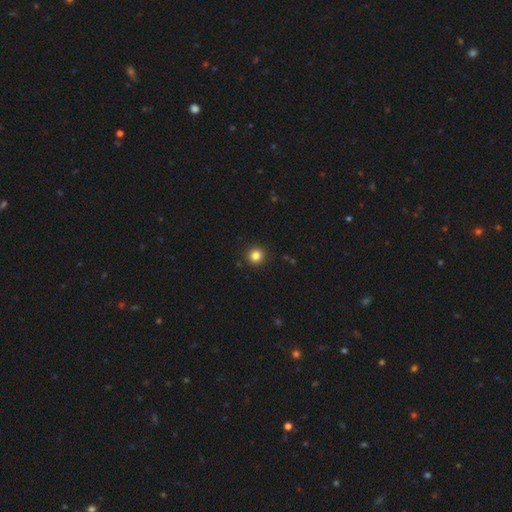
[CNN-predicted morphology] smooth-or-featured: smooth: 83% | star or artifact: 12% | featured or disk: 5%
  how-rounded: round: 94% | in between: 5% | cigar-shaped: 1%
  merging: none: 92% | minor disturbance: 5% | major disturbance: 2% | merger: 1%